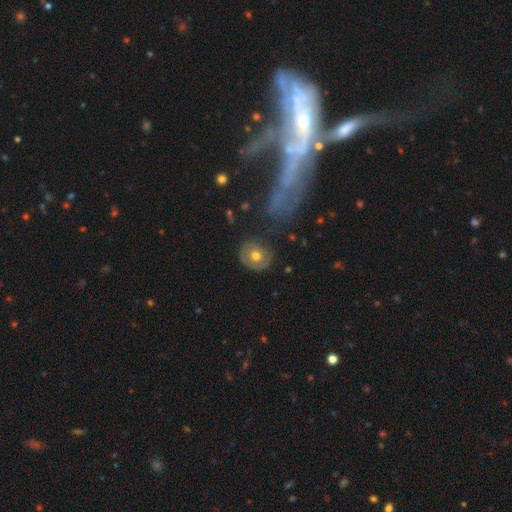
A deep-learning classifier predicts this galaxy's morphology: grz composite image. It shows a smooth galaxy with no disk features (55%) that is round (80%). Merging: none (73%).